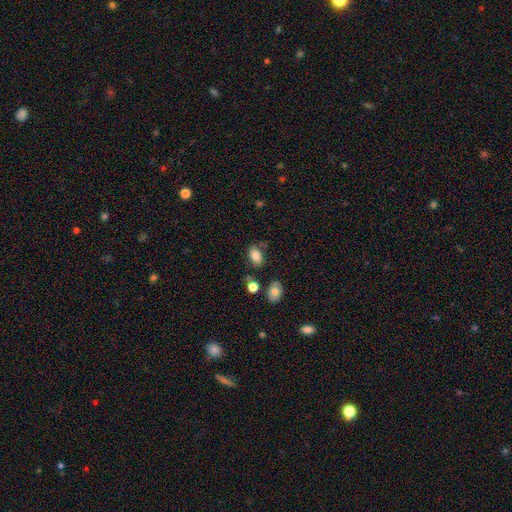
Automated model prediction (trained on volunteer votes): A smooth galaxy with no disk features (81%) that is in between round and cigar-shaped (89%). Merging: none (69%).